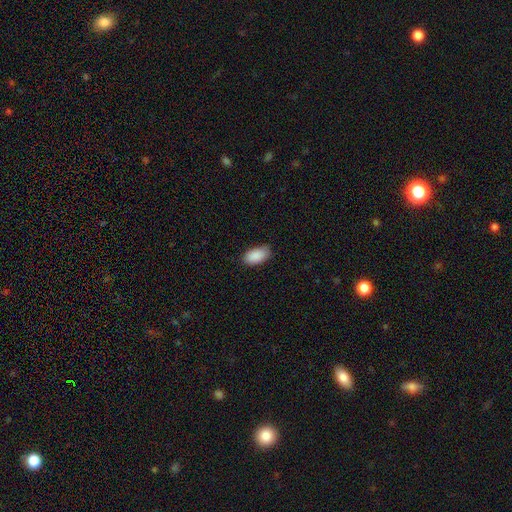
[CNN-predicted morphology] The model was most divided on "merging": none: 78%, minor disturbance: 18%, major disturbance: 3%, merger: 1%. More confident: how rounded — in between (95%); smooth or featured — smooth (90%).